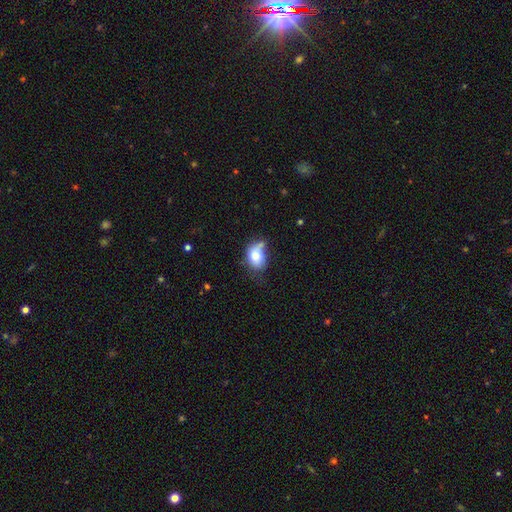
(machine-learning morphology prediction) A smooth galaxy with no disk features (76%) that is in between round and cigar-shaped (74%).

Vote fractions:
- Smooth or featured? smooth: 76% / featured or disk: 15% / star or artifact: 9%
- How rounded? in between: 74% / round: 24% / cigar-shaped: 1%
- Merging? none: 34% / minor disturbance: 32% / merger: 17% / major disturbance: 16%